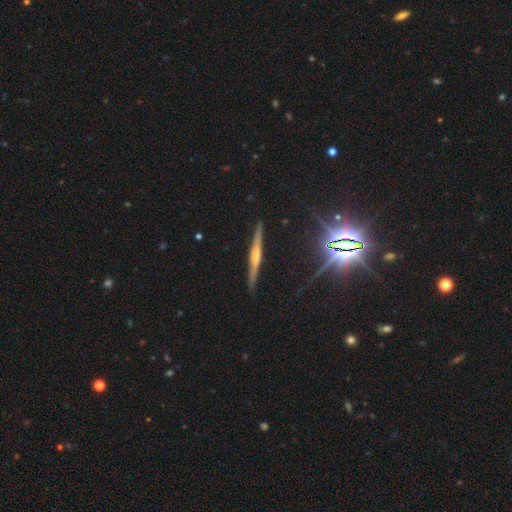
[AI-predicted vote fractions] The model was most divided on "smooth or featured": featured or disk: 69%, smooth: 17%, star or artifact: 14%. More confident: edge-on disk — yes (98%); merging — none (90%); edge-on bulge — rounded (69%).